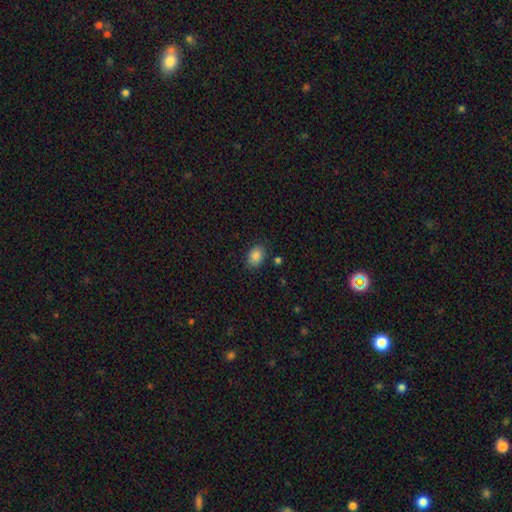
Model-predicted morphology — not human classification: The model was most divided on "how rounded": in between: 69%, round: 30%, cigar-shaped: 1%. More confident: smooth or featured — smooth (86%); merging — none (80%).